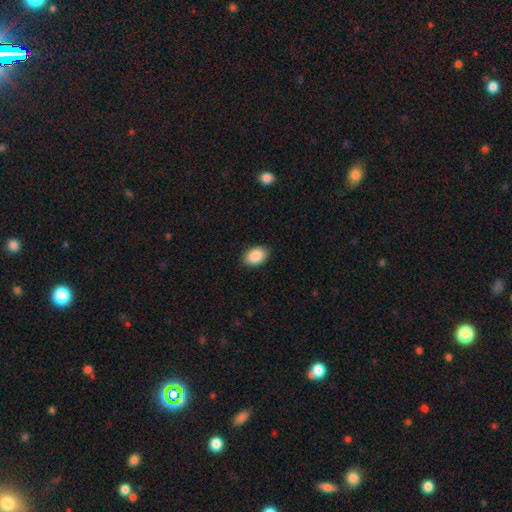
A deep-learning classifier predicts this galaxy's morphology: Overall: smooth (89%). How rounded: in between (86%). Merging: none (89%).